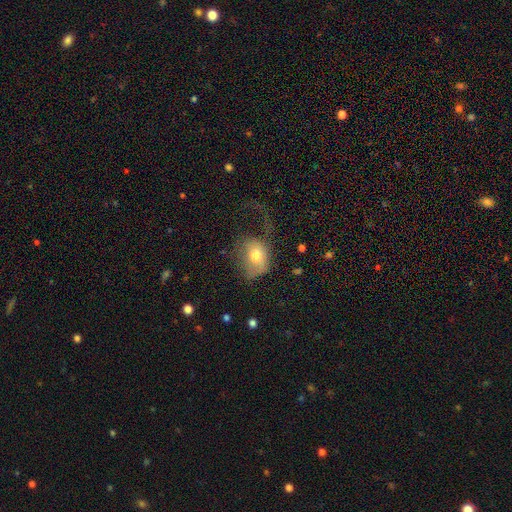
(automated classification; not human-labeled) The model was most divided on "how rounded": in between: 59%, round: 39%, cigar-shaped: 1%. More confident: smooth or featured — smooth (68%); merging — major disturbance (53%).